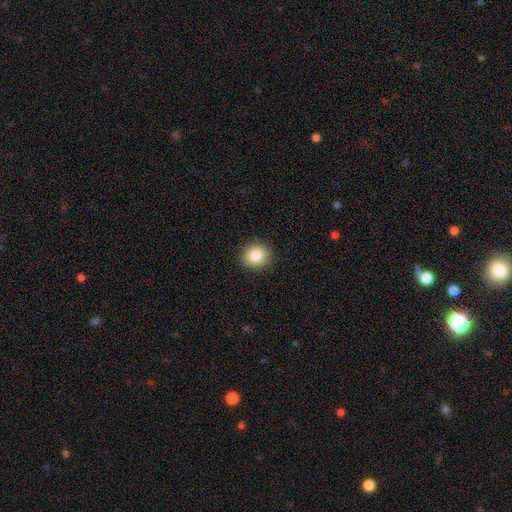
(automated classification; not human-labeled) This is clearly a smooth galaxy (84%). How rounded: clearly round (87%). Merging: clearly none (91%).